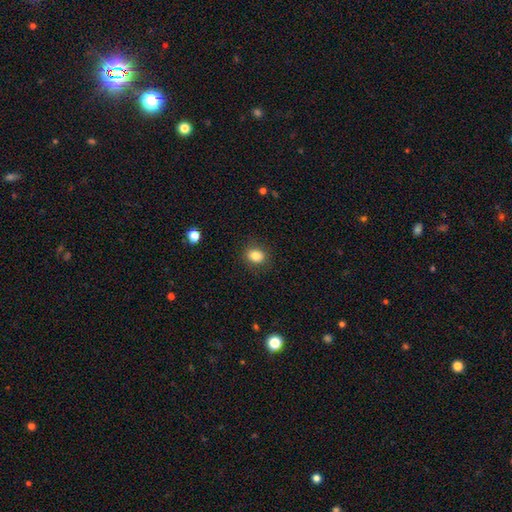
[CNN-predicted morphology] The model was most divided on "how rounded": in between: 50%, round: 49%, cigar-shaped: 1%. More confident: merging — none (86%); smooth or featured — smooth (84%).